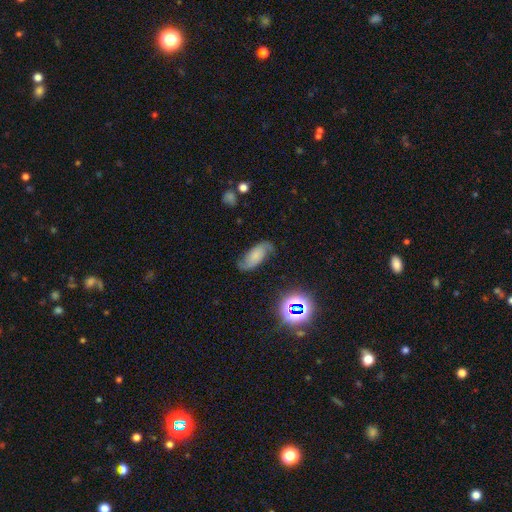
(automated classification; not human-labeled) A featured or disk galaxy (49%).

Vote fractions:
- Smooth or featured? featured or disk: 49% / smooth: 39% / star or artifact: 12%
- Merging? none: 71% / minor disturbance: 21% / major disturbance: 7% / merger: 2%